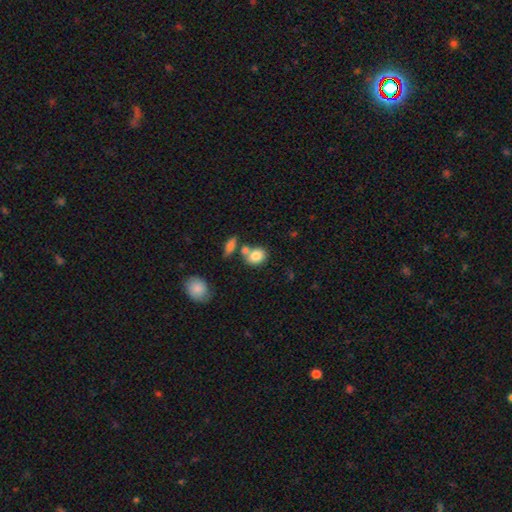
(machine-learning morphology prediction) Smooth or featured? smooth (82%)
How rounded? round (55%)
Merging? none (55%)